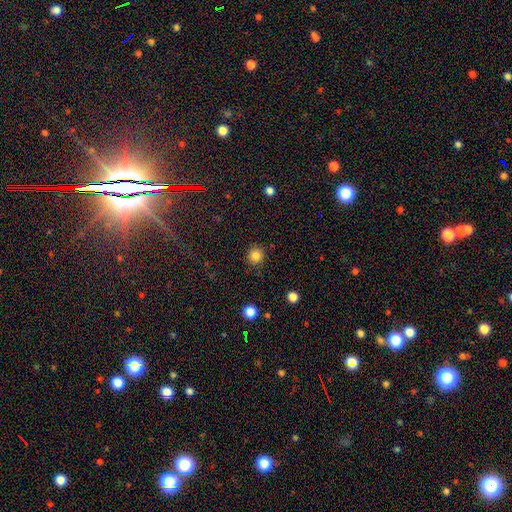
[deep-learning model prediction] smooth 84%, star or artifact 12%, featured or disk 4%. Down the decision tree: how rounded — round (92%); merging — none (88%).